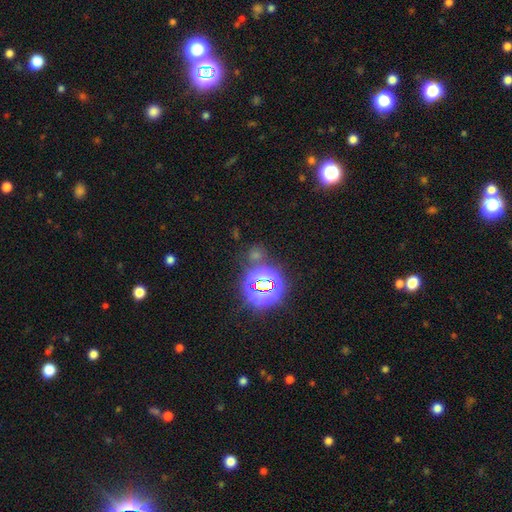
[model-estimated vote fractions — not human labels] This is likely a star or artifact rather than a galaxy (72%).